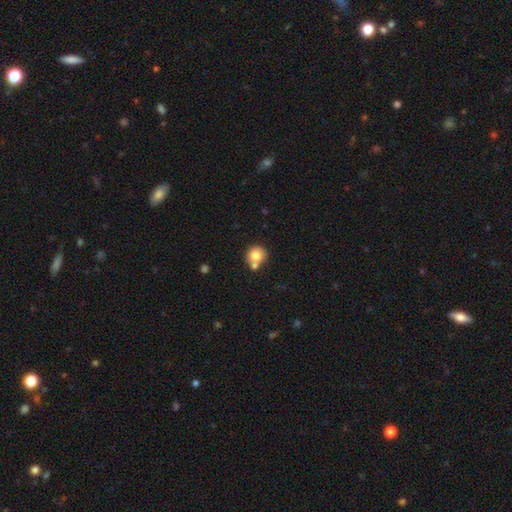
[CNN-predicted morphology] smooth_or_featured: smooth (p=0.78) [alt: featured or disk p=0.12]
how_rounded: round (p=0.89) [alt: in between p=0.11]
merging: none (p=0.54) [alt: merger p=0.33]